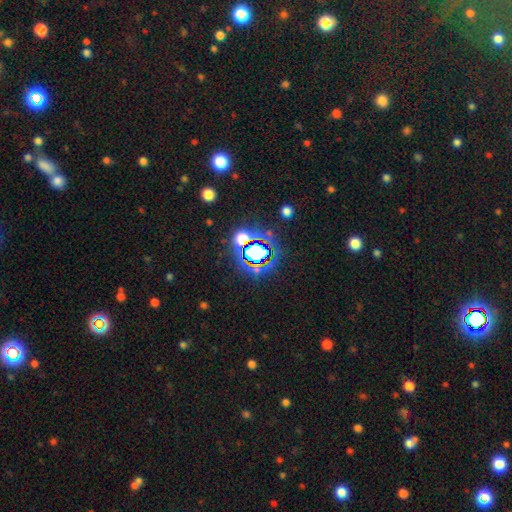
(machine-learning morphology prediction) Smooth or featured?
  - star or artifact: 73% *
  - smooth: 17%
  - featured or disk: 10%